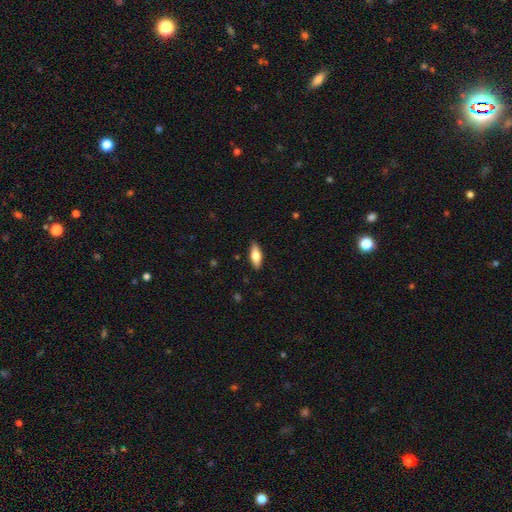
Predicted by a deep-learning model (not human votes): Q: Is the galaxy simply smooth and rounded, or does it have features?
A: smooth — 68%.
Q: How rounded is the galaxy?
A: in between — 70%.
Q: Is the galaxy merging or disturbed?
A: none — 88%.